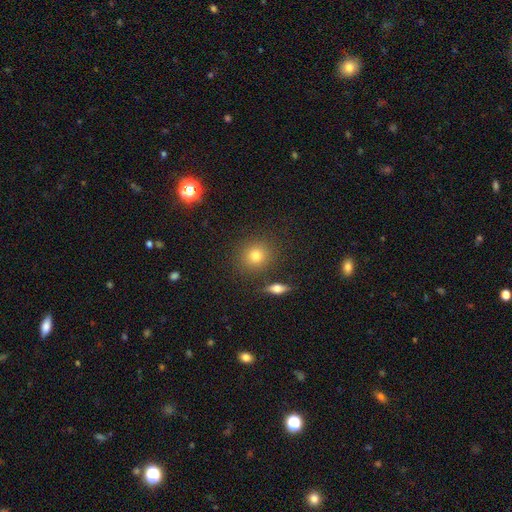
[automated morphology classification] A smooth galaxy with no disk features (77%) that is round (81%).

Vote fractions:
- Smooth or featured? smooth: 77% / star or artifact: 13% / featured or disk: 10%
- How rounded? round: 81% / in between: 17% / cigar-shaped: 2%
- Merging? none: 84% / minor disturbance: 8% / merger: 5% / major disturbance: 3%